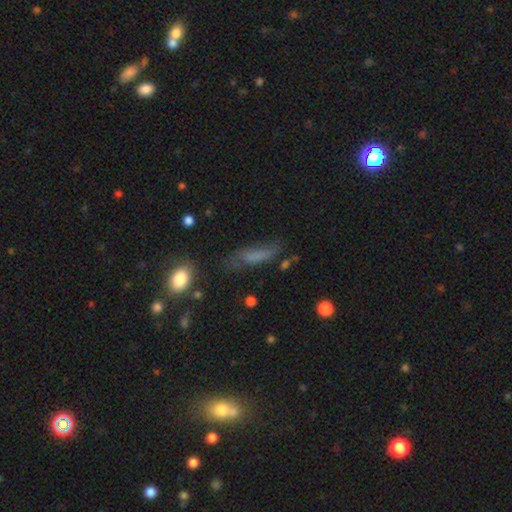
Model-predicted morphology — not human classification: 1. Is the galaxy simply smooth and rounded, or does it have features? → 58% smooth, 26% featured or disk, 15% star or artifact.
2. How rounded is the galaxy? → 58% cigar-shaped, 38% in between, 4% round.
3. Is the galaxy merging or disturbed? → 52% none, 27% minor disturbance, 17% major disturbance, 4% merger.